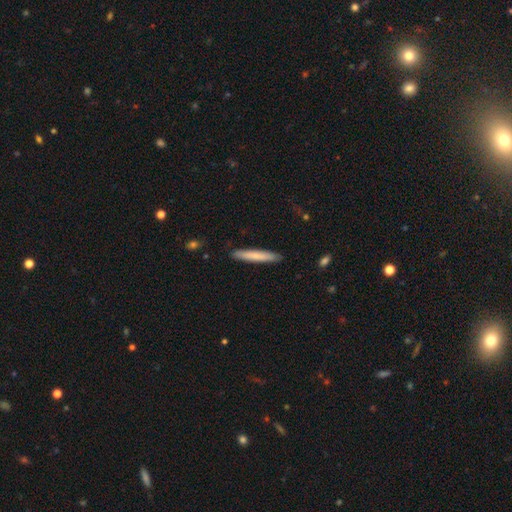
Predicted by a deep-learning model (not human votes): Smooth or featured? smooth (74%)
How rounded? cigar-shaped (94%)
Merging? none (89%)